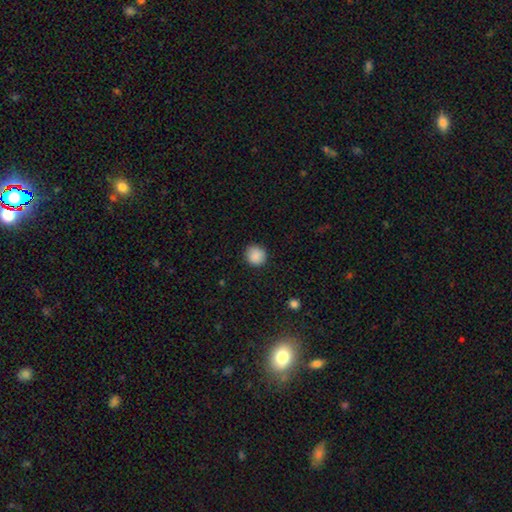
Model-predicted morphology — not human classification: smooth_or_featured: smooth (p=0.88) [alt: star or artifact p=0.08]
how_rounded: round (p=0.92) [alt: in between p=0.07]
merging: none (p=0.90) [alt: minor disturbance p=0.07]